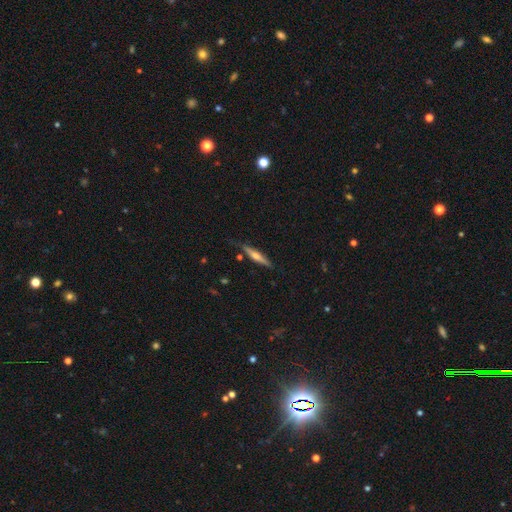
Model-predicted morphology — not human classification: Smooth or featured: featured or disk — 59% (smooth — 35%)
Edge-on disk: yes — 96% (no — 4%)
Edge-on bulge: rounded — 83% (none — 10%)
Merging: none — 79% (minor disturbance — 16%)